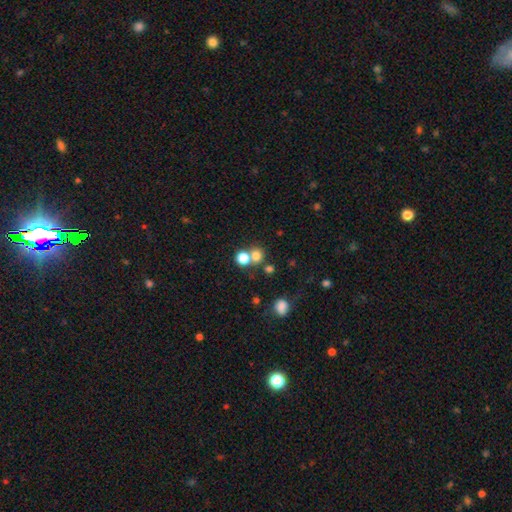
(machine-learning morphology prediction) Smooth or featured: smooth — 74% (star or artifact — 17%)
How rounded: round — 85% (in between — 14%)
Merging: none — 56% (merger — 33%)